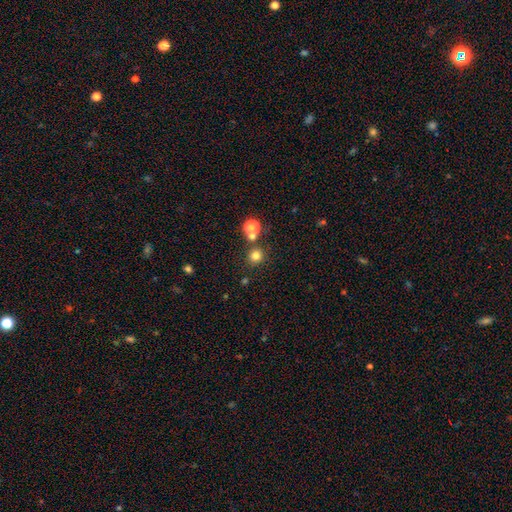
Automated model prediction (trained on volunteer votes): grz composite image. It shows a smooth galaxy with no disk features (76%) that is round (92%). Merging: none (77%).